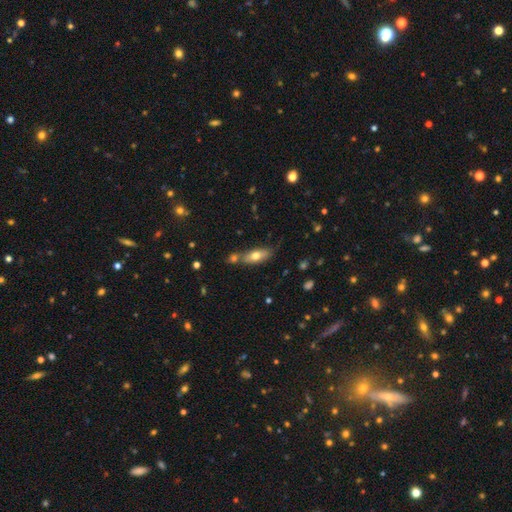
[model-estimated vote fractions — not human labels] smooth 68%, featured or disk 25%, star or artifact 7%. Down the decision tree: how rounded — in between (71%); merging — none (54%).